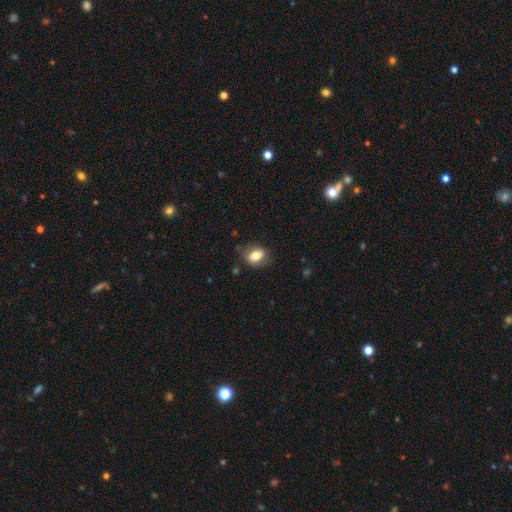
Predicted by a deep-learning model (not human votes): Smooth or featured? smooth (75%)
How rounded? in between (71%)
Merging? none (78%)